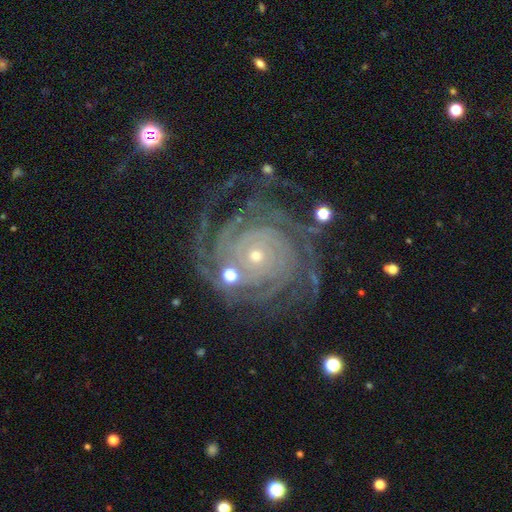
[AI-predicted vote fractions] Smooth or featured?
  - featured or disk: 90% *
  - star or artifact: 6%
  - smooth: 3%
Edge-on disk?
  - no: 98% *
  - yes: 2%
Bar?
  - no: 78% *
  - weak: 14%
  - strong: 8%
Spiral arms?
  - yes: 98% *
  - no: 2%
Spiral winding?
  - tight: 85% *
  - medium: 13%
  - loose: 2%
Spiral arm count?
  - 4: 25% *
  - more than 4: 21%
  - 3: 17%
  - can't tell: 17%
  - 2: 12%
  - 1: 8%
Bulge size?
  - small: 79% *
  - moderate: 18%
  - large: 1%
  - none: 1%
  - dominant: 1%
Merging?
  - none: 72% *
  - minor disturbance: 16%
  - major disturbance: 8%
  - merger: 4%